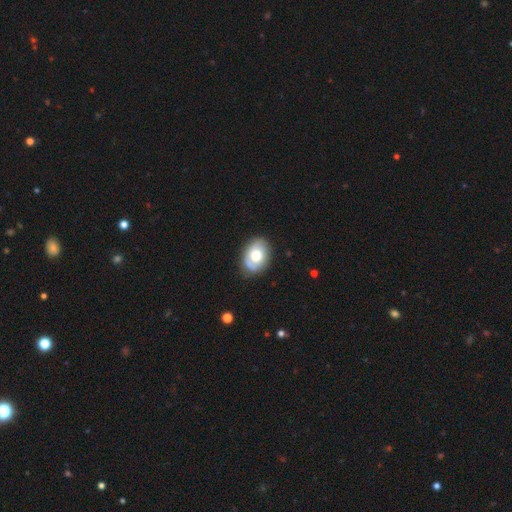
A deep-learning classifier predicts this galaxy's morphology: smooth_or_featured: smooth (p=0.65) [alt: featured or disk p=0.27]
how_rounded: in between (p=0.73) [alt: round p=0.26]
merging: none (p=0.76) [alt: minor disturbance p=0.18]